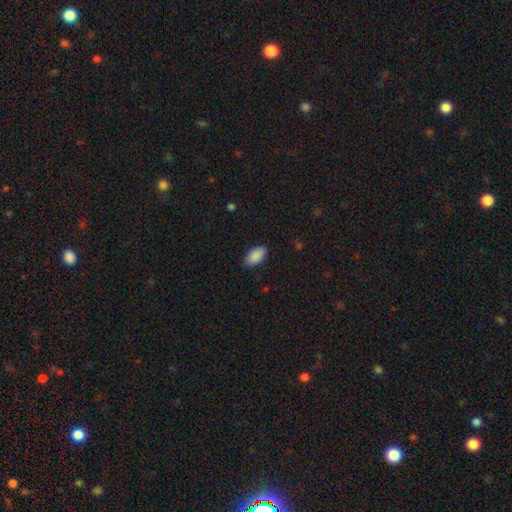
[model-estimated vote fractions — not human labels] Overall: smooth (89%). How rounded: in between (94%). Merging: none (85%).